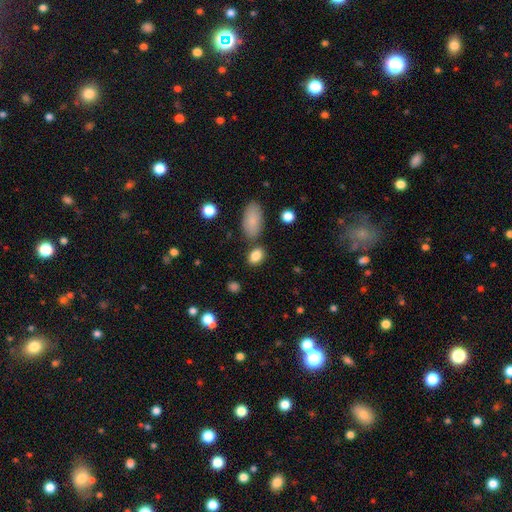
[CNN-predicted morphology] This appears to be a smooth galaxy with no disk features (85%) that is in between round and cigar-shaped (81%). Merging: none (75%).